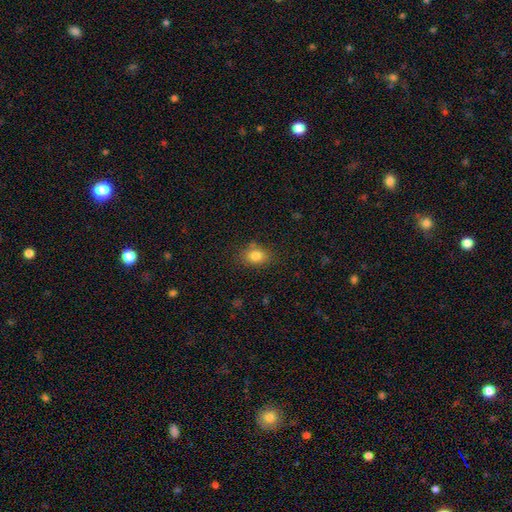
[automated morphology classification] The model was most divided on "how rounded": in between: 66%, round: 33%, cigar-shaped: 1%. More confident: smooth or featured — smooth (82%); merging — none (74%).